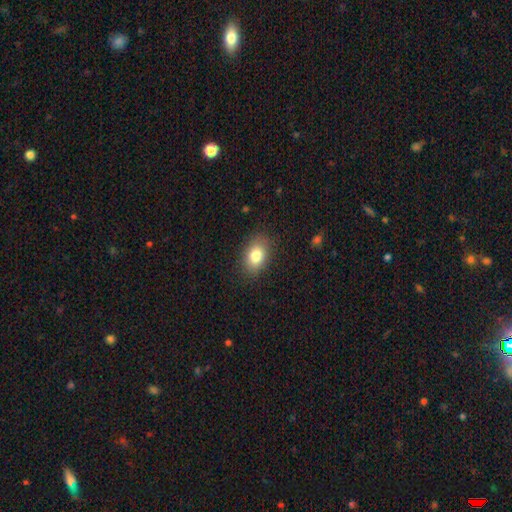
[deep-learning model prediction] Q: Smooth or featured?
A: smooth (82%); runner-up: featured or disk (9%)
Q: How rounded?
A: in between (80%); runner-up: round (19%)
Q: Merging?
A: none (85%); runner-up: minor disturbance (11%)